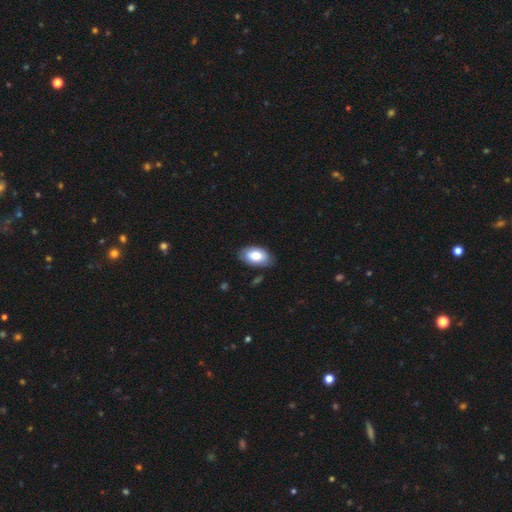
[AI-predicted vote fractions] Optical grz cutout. It shows a smooth galaxy with no disk features (81%) that is in between round and cigar-shaped (94%). Merging: none (80%).